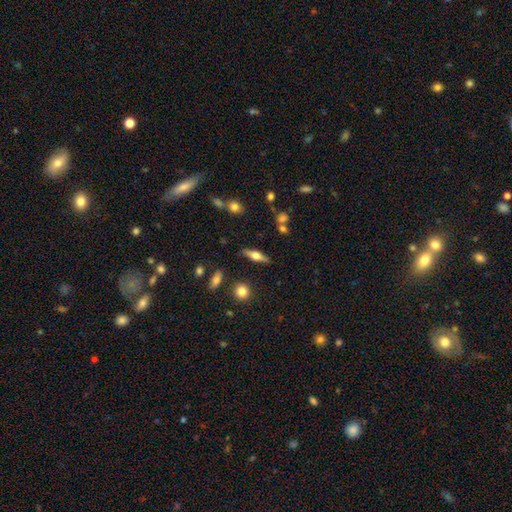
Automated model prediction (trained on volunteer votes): The model was most divided on "smooth or featured": featured or disk: 53%, smooth: 40%, star or artifact: 7%. More confident: edge-on disk — yes (93%); merging — none (82%).